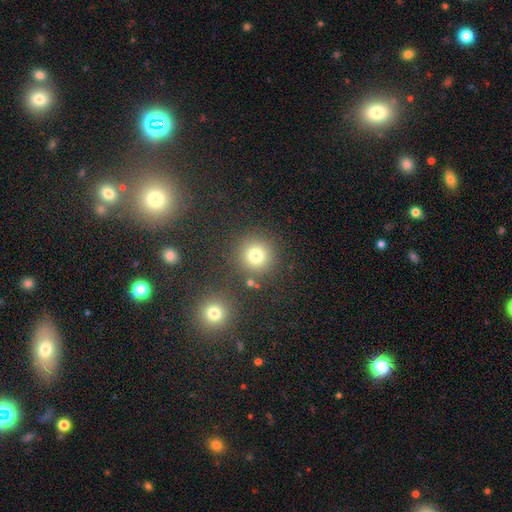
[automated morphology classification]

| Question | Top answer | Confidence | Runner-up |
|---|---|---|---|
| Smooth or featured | smooth | 77% | star or artifact (16%) |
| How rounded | round | 94% | in between (5%) |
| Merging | none | 82% | minor disturbance (7%) |